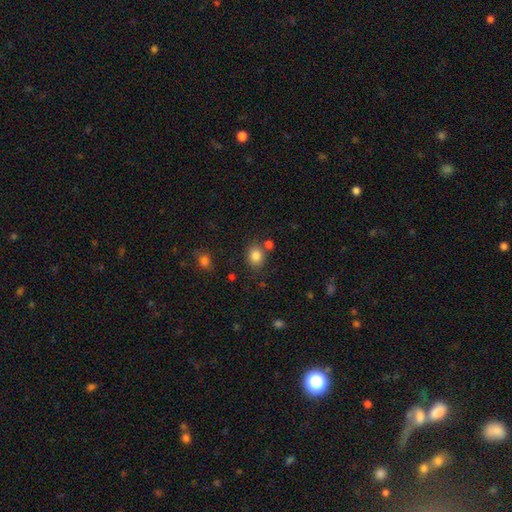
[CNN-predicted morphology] Smooth or featured: smooth — 84% (star or artifact — 10%)
How rounded: round — 59% (in between — 40%)
Merging: none — 75% (minor disturbance — 11%)